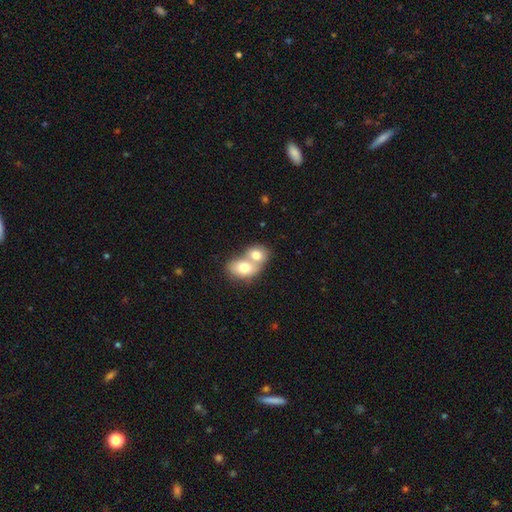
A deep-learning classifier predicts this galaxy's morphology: smooth-or-featured: smooth: 62% | featured or disk: 20% | star or artifact: 18%
  how-rounded: in between: 52% | round: 45% | cigar-shaped: 3%
  merging: merger: 47% | none: 41% | minor disturbance: 8% | major disturbance: 4%